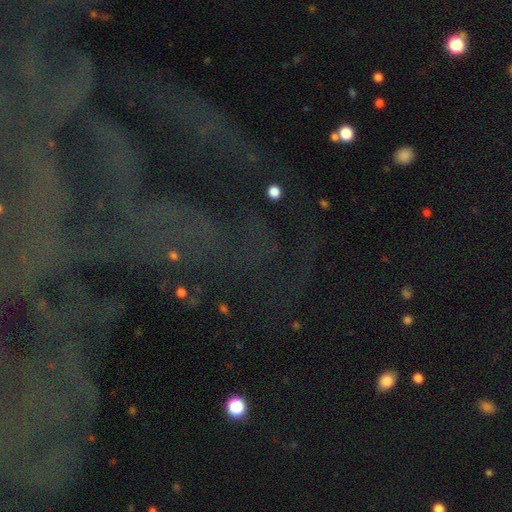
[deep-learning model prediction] smooth_or_featured: star or artifact (p=0.57) [alt: featured or disk p=0.28]